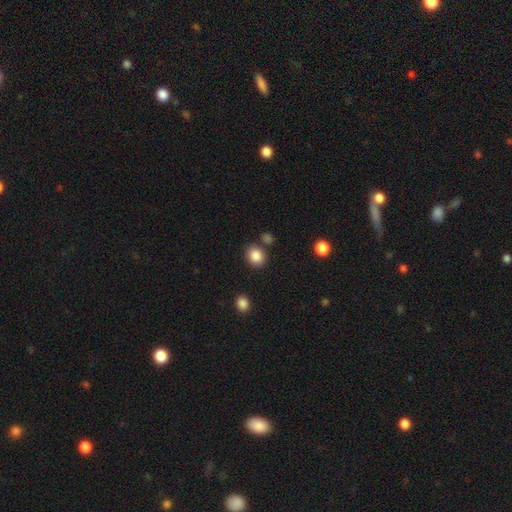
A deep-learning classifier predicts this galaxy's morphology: smooth-or-featured: smooth: 86% | star or artifact: 10% | featured or disk: 4%
  how-rounded: round: 68% | in between: 31% | cigar-shaped: 1%
  merging: none: 79% | minor disturbance: 10% | merger: 8% | major disturbance: 3%